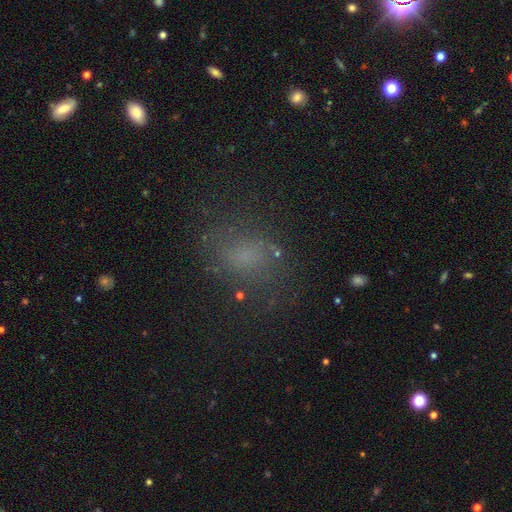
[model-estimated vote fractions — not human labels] Smooth or featured?
  - smooth: 58% *
  - star or artifact: 22%
  - featured or disk: 20%
How rounded?
  - in between: 57% *
  - round: 41%
  - cigar-shaped: 2%
Merging?
  - none: 63% *
  - minor disturbance: 19%
  - major disturbance: 16%
  - merger: 2%